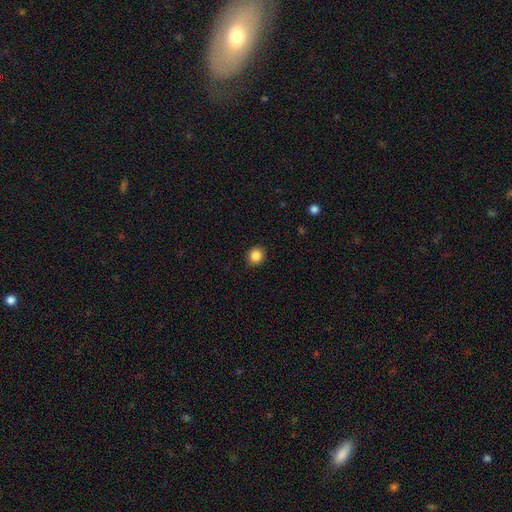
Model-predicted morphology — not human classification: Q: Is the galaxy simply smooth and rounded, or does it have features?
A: smooth — 86%.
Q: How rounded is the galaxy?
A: round — 83%.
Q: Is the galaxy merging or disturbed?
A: none — 91%.